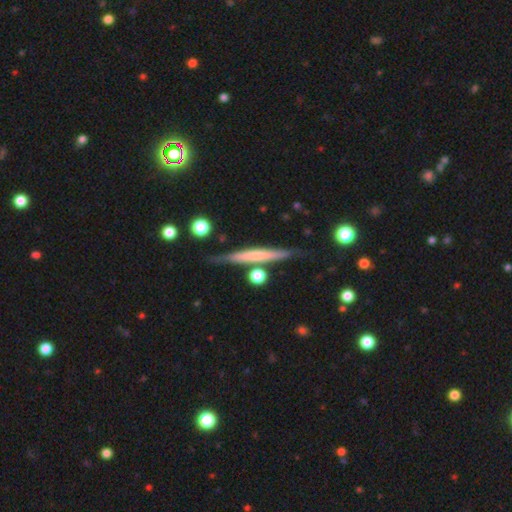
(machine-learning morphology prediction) Smooth or featured? smooth (49%)
Merging? none (80%)